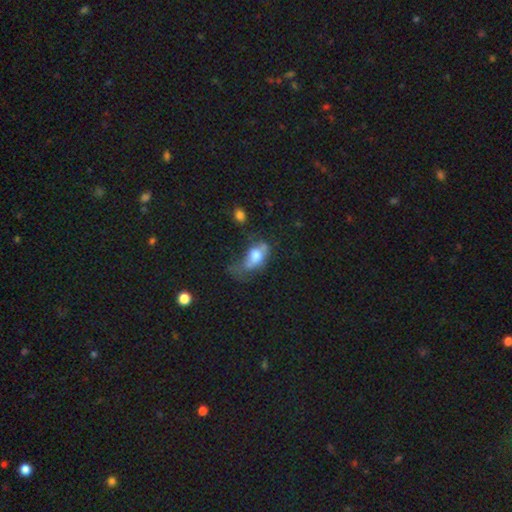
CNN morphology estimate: smooth-or-featured: smooth: 59% | featured or disk: 31% | star or artifact: 10%
  how-rounded: in between: 82% | round: 14% | cigar-shaped: 4%
  merging: major disturbance: 47% | minor disturbance: 21% | none: 19% | merger: 13%